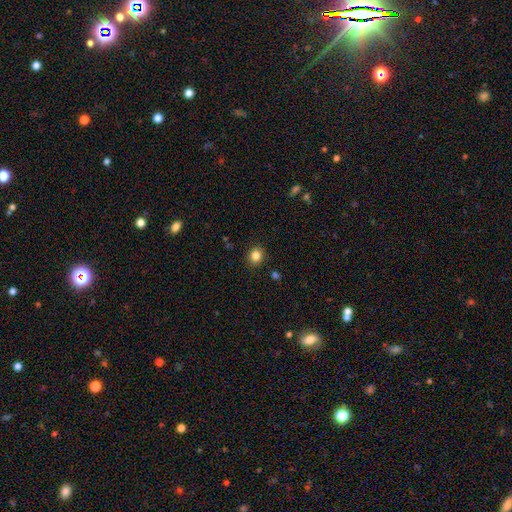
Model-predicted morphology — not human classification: smooth-or-featured: smooth: 84% | star or artifact: 11% | featured or disk: 5%
  how-rounded: round: 71% | in between: 28% | cigar-shaped: 1%
  merging: none: 89% | minor disturbance: 7% | major disturbance: 2% | merger: 1%